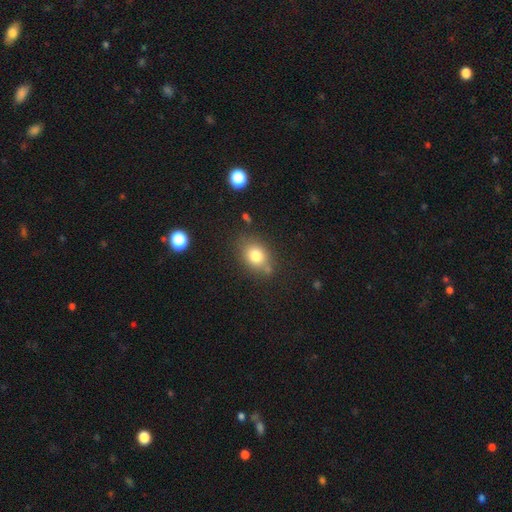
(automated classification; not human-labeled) A smooth galaxy with no disk features (79%) that is in between round and cigar-shaped (55%).

Vote fractions:
- Smooth or featured? smooth: 79% / star or artifact: 11% / featured or disk: 10%
- How rounded? in between: 55% / round: 44% / cigar-shaped: 1%
- Merging? none: 71% / minor disturbance: 16% / merger: 8% / major disturbance: 5%